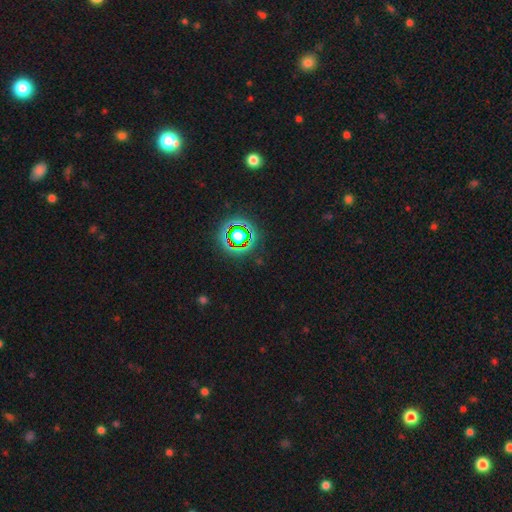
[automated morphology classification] Q: Smooth or featured?
A: star or artifact (77%); runner-up: smooth (14%)